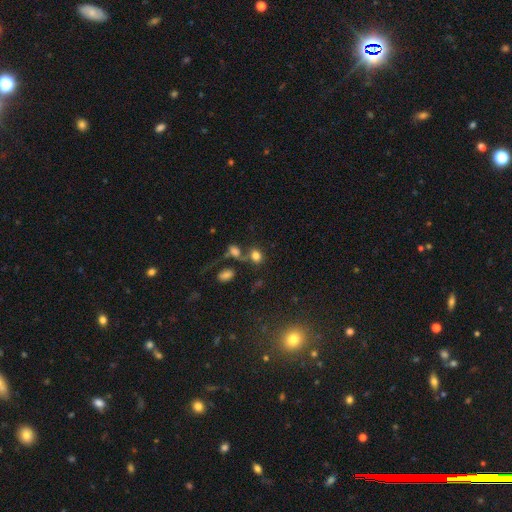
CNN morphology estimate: The model was most divided on "merging": none: 46%, merger: 32%, minor disturbance: 12%, major disturbance: 11%. More confident: smooth or featured — smooth (76%); how rounded — round (63%).